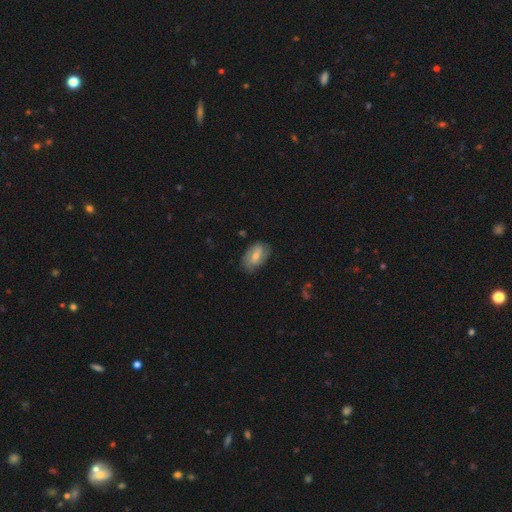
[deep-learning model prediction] featured or disk 49%, smooth 44%, star or artifact 7%. Down the decision tree: merging — none (71%).